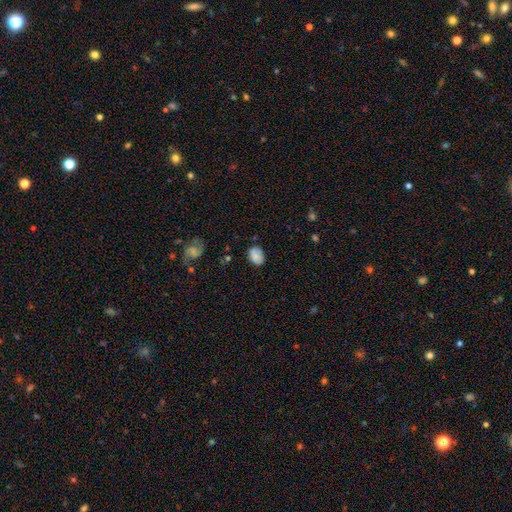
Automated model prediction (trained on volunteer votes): Q: Smooth or featured?
A: smooth (79%); runner-up: featured or disk (13%)
Q: How rounded?
A: in between (73%); runner-up: round (26%)
Q: Merging?
A: none (70%); runner-up: minor disturbance (21%)